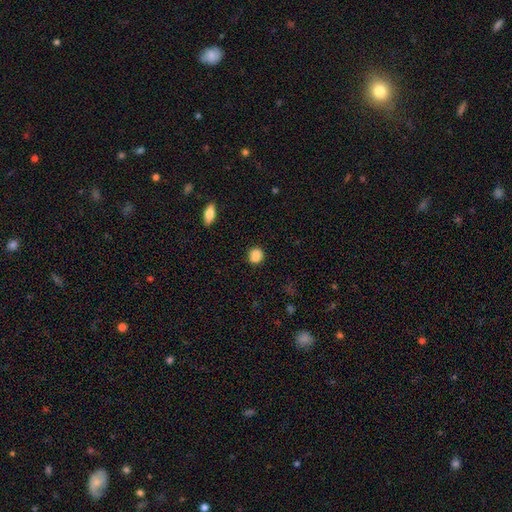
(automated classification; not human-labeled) Q: Smooth or featured?
A: smooth (83%); runner-up: star or artifact (10%)
Q: How rounded?
A: round (78%); runner-up: in between (21%)
Q: Merging?
A: none (68%); runner-up: minor disturbance (15%)